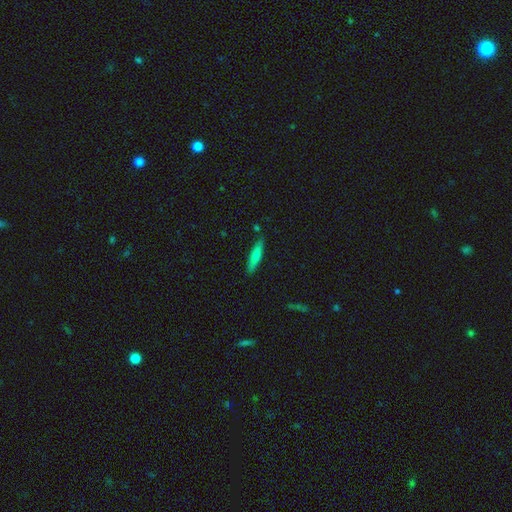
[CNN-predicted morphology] smooth-or-featured: smooth: 69% | featured or disk: 25% | star or artifact: 6%
  how-rounded: cigar-shaped: 85% | in between: 14% | round: 2%
  merging: none: 86% | minor disturbance: 10% | merger: 2% | major disturbance: 2%